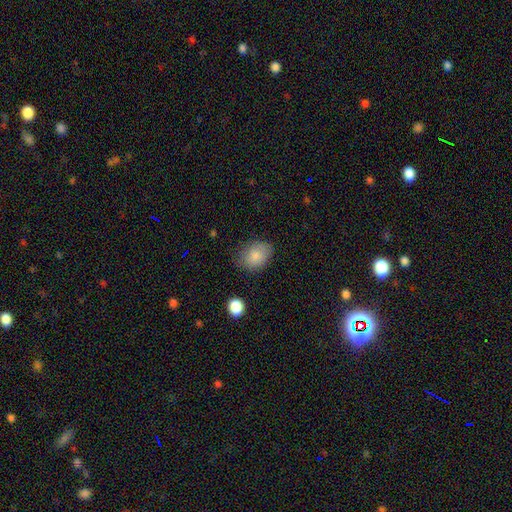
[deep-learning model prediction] Q: Smooth or featured?
A: smooth (83%); runner-up: featured or disk (9%)
Q: How rounded?
A: in between (69%); runner-up: round (30%)
Q: Merging?
A: none (71%); runner-up: minor disturbance (22%)